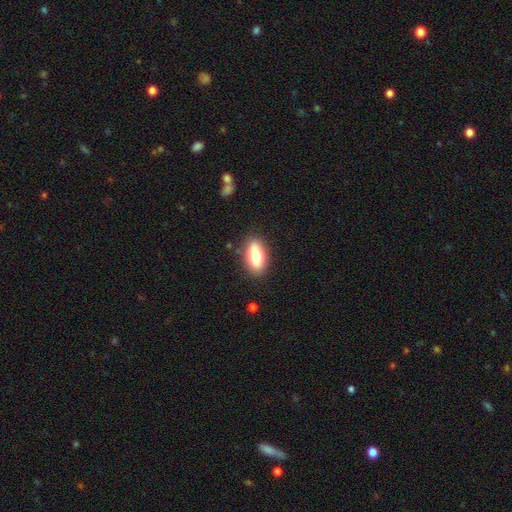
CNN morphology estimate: Overall: smooth (77%). How rounded: in between (81%). Merging: none (85%).